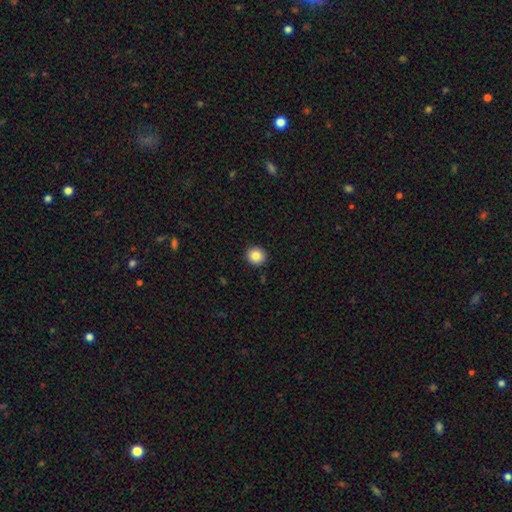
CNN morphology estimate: smooth 85%, star or artifact 9%, featured or disk 6%. Down the decision tree: how rounded — round (90%); merging — none (92%).